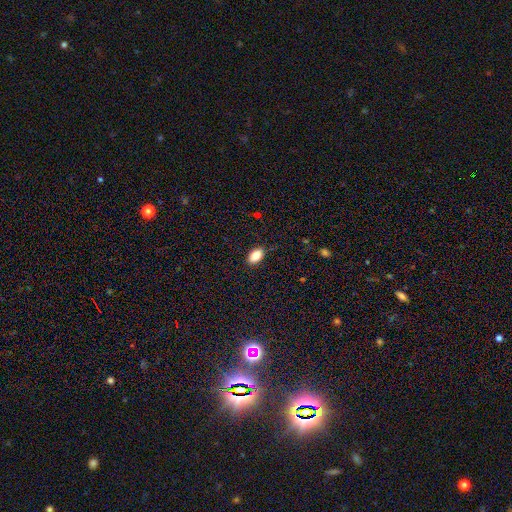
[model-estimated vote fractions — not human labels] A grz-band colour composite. It shows a smooth galaxy with no disk features (85%) that is in between round and cigar-shaped (91%). Merging: none (87%).